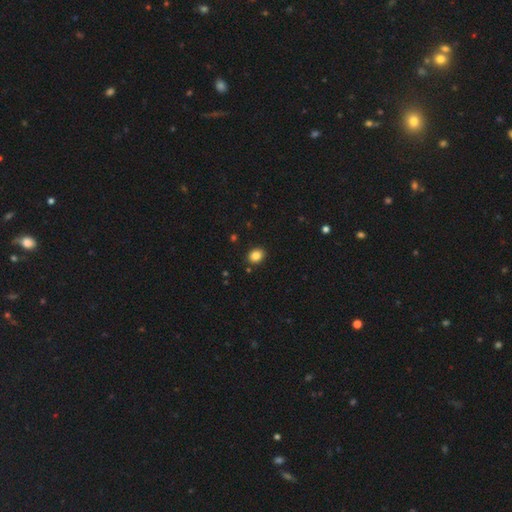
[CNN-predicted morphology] Smooth or featured? smooth (85%)
How rounded? round (55%)
Merging? none (89%)